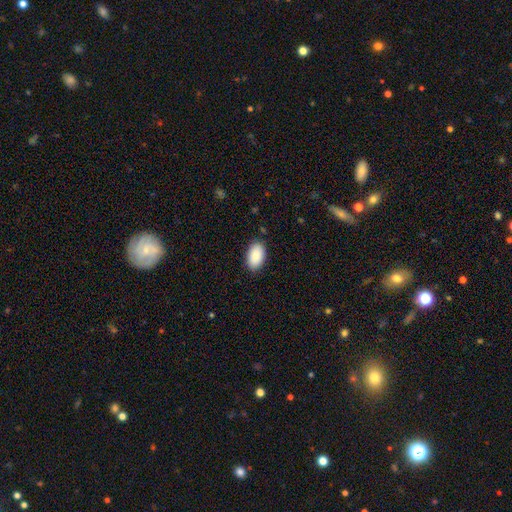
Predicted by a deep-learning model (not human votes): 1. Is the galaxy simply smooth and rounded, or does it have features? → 90% smooth, 6% star or artifact, 4% featured or disk.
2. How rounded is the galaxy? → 94% in between, 4% round, 1% cigar-shaped.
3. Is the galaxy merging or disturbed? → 86% none, 10% minor disturbance, 2% major disturbance, 1% merger.